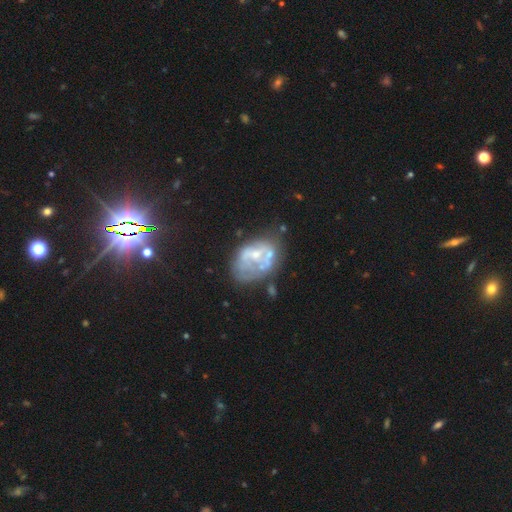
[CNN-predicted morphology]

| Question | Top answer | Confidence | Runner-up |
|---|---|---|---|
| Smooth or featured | featured or disk | 64% | smooth (25%) |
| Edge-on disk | no | 98% | yes (2%) |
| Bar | no | 83% | weak (13%) |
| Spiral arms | no | 83% | yes (17%) |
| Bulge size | small | 40% | none (29%) |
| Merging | none | 36% | major disturbance (24%) |